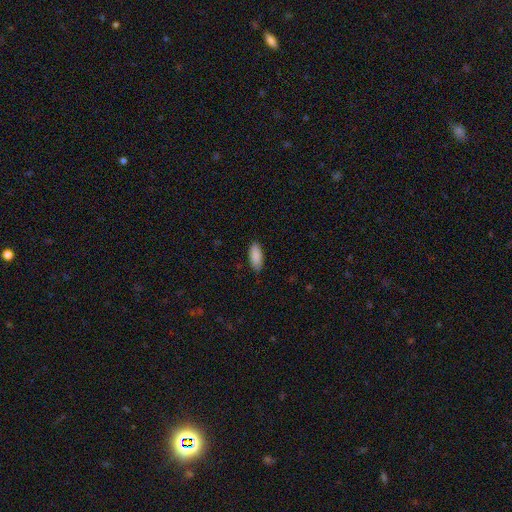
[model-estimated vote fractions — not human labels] The model was most divided on "how rounded": in between: 79%, cigar-shaped: 19%, round: 2%. More confident: smooth or featured — smooth (89%); merging — none (85%).